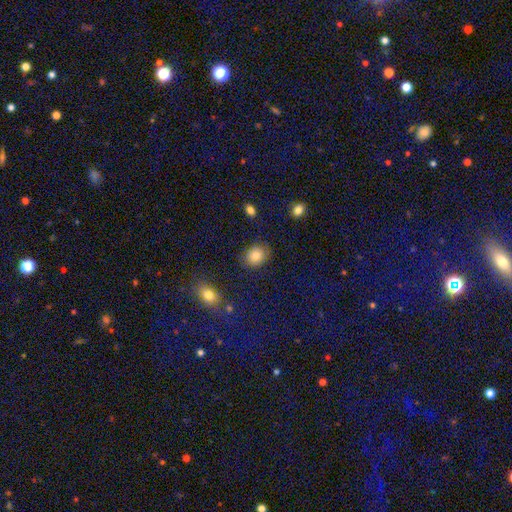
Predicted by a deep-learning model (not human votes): This appears to be a smooth galaxy with no disk features (81%) that is round (62%). Merging: none (82%).